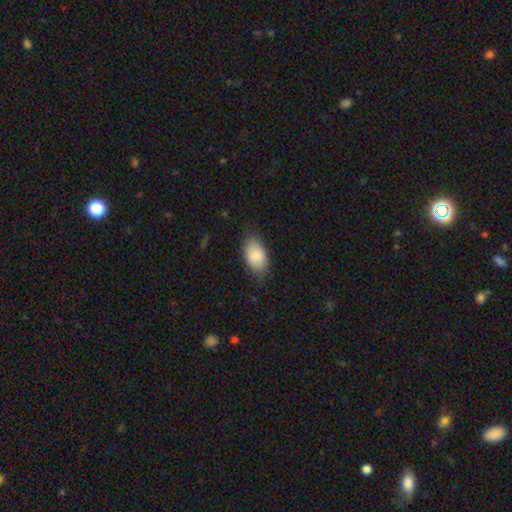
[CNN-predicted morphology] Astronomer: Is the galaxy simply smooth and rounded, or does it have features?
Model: smooth — 85%.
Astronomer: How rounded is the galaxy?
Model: in between — 93%.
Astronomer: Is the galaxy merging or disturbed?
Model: none — 75%.